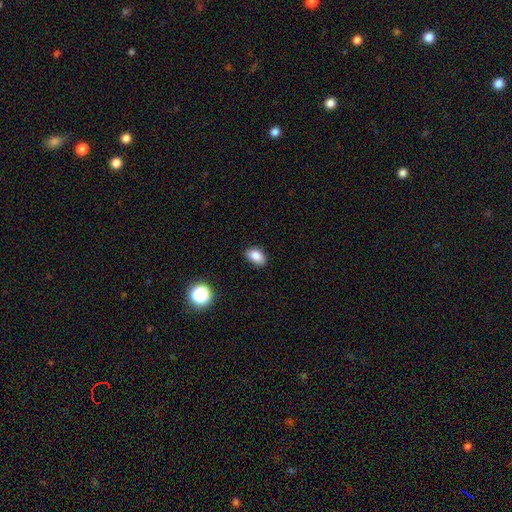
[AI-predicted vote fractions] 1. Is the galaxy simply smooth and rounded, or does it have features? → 84% smooth, 10% star or artifact, 5% featured or disk.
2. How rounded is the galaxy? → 86% in between, 12% round, 1% cigar-shaped.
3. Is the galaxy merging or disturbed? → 83% none, 13% minor disturbance, 2% major disturbance, 1% merger.